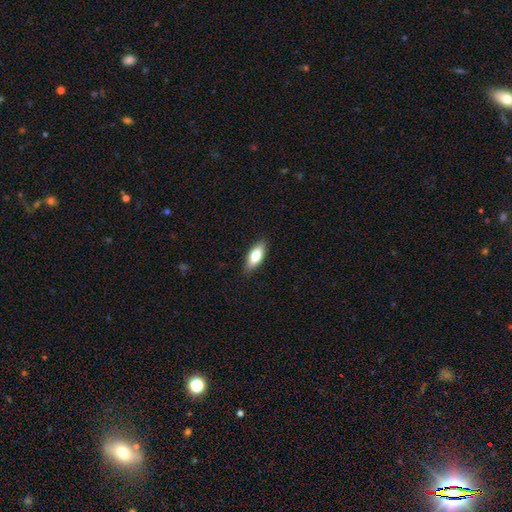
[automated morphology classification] The model was most divided on "how rounded": in between: 76%, cigar-shaped: 21%, round: 3%. More confident: merging — none (87%); smooth or featured — smooth (75%).